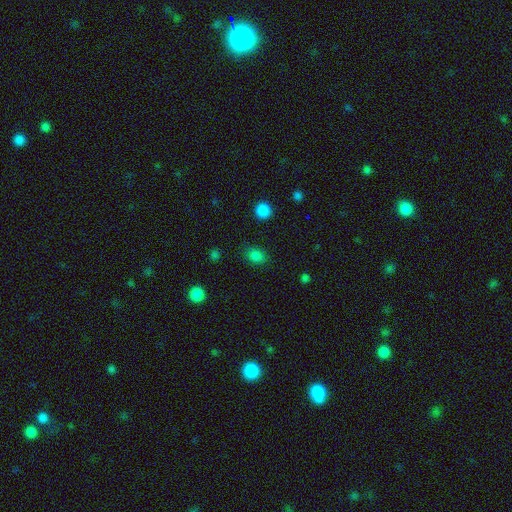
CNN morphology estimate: Smooth or featured? Predicted: smooth (p=0.83). How rounded? Predicted: in between (p=0.54). Merging? Predicted: none (p=0.84).